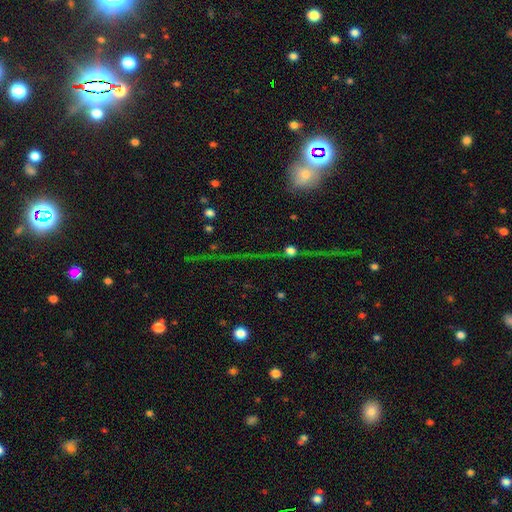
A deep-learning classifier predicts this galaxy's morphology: Q: Smooth or featured?
A: star or artifact (66%); runner-up: smooth (17%)